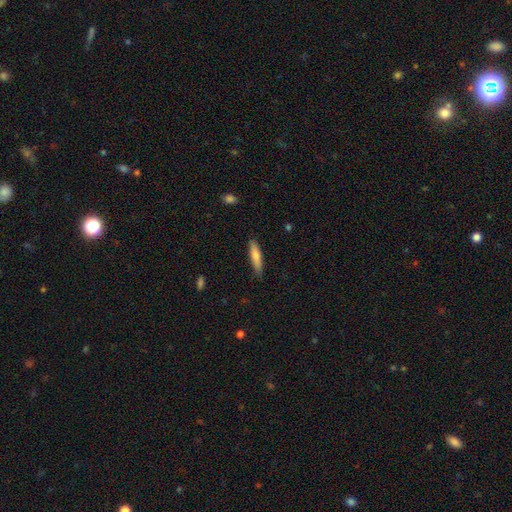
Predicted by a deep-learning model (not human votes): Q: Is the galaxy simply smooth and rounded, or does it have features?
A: smooth — 73%.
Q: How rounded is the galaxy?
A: cigar-shaped — 79%.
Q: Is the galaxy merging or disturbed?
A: none — 83%.